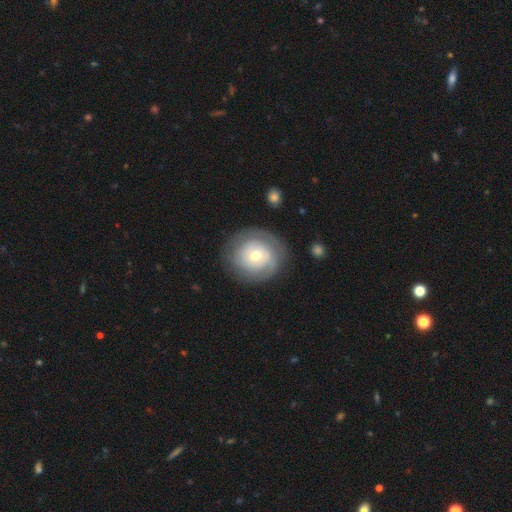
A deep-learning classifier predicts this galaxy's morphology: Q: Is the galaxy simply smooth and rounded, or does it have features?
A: featured or disk — 53%.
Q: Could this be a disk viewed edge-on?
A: no — 97%.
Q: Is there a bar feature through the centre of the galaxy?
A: no — 79%.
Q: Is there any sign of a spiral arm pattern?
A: yes — 62%.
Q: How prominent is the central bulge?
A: moderate — 52%.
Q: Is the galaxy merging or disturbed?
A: none — 79%.